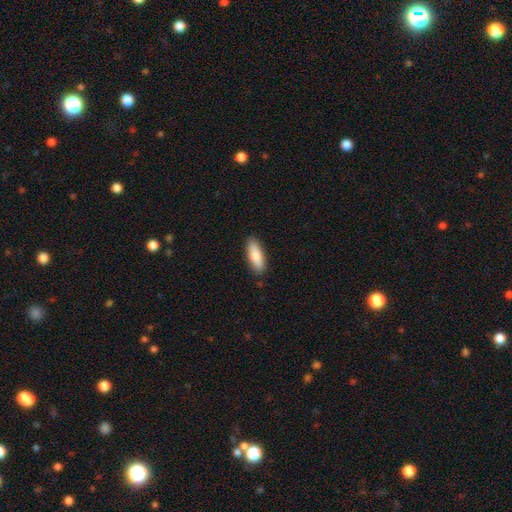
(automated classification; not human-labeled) smooth-or-featured: smooth: 81% | featured or disk: 13% | star or artifact: 6%
  how-rounded: in between: 60% | cigar-shaped: 38% | round: 2%
  merging: none: 88% | minor disturbance: 9% | major disturbance: 2% | merger: 1%